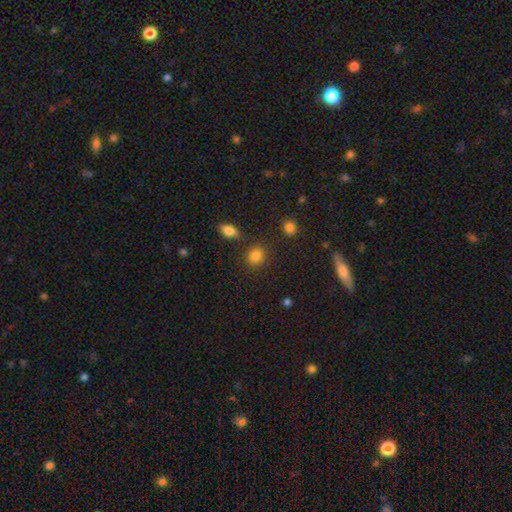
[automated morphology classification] This appears to be a smooth galaxy with no disk features (84%) that is round (78%). Merging: none (81%).